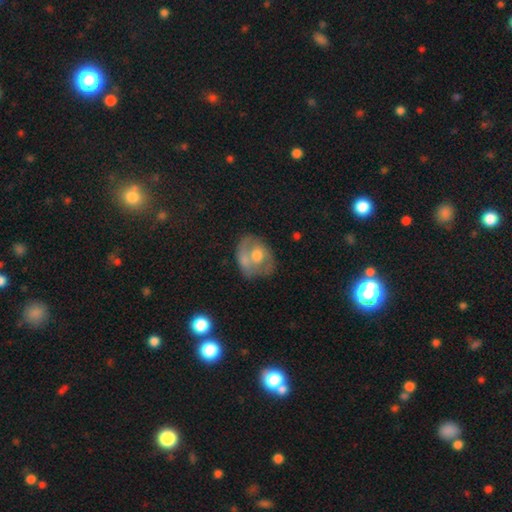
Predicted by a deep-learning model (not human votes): Smooth or featured? featured or disk (49%)
Merging? none (45%)